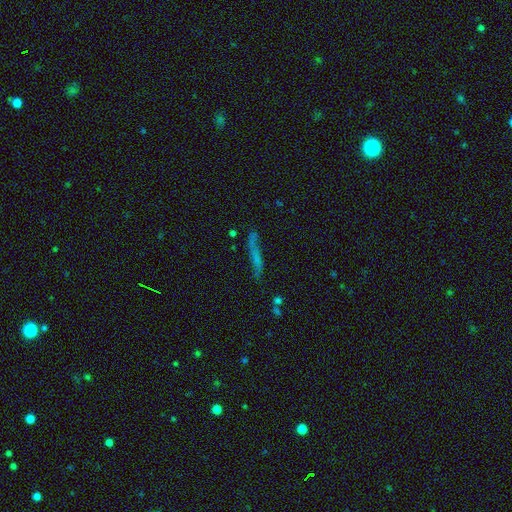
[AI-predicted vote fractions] A smooth galaxy with no disk features (42%, tied with featured or disk).

Vote fractions:
- Smooth or featured? smooth: 42% (tied) / featured or disk: 42% (tied) / star or artifact: 16%
- Merging? none: 66% / minor disturbance: 20% / major disturbance: 9% / merger: 5%